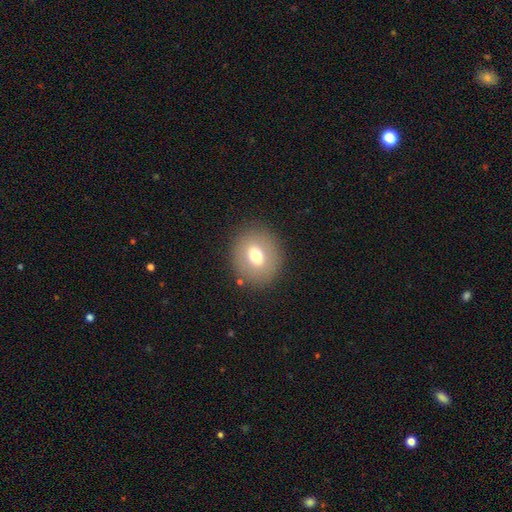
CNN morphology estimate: Smooth or featured? smooth (67%)
How rounded? round (68%)
Merging? none (85%)